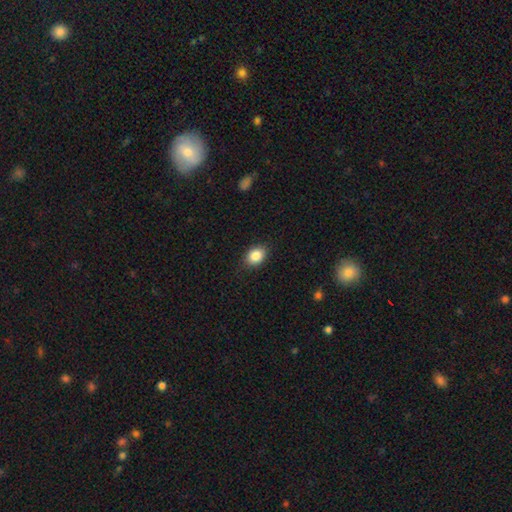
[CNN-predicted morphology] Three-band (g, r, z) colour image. It shows a smooth galaxy with no disk features (86%) that is in between round and cigar-shaped (68%). Merging: none (86%).